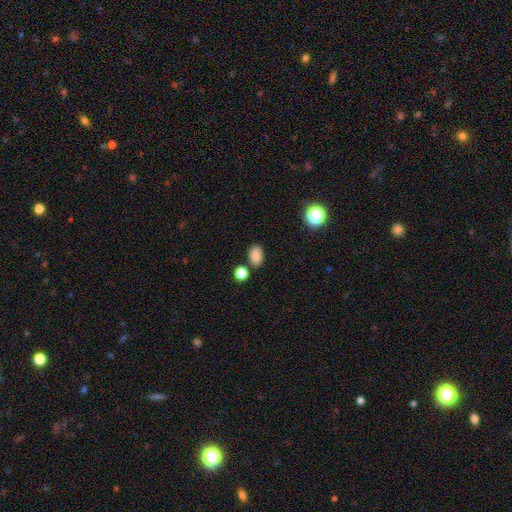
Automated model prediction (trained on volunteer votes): smooth-or-featured: smooth: 84% | star or artifact: 11% | featured or disk: 5%
  how-rounded: in between: 84% | round: 15% | cigar-shaped: 1%
  merging: none: 75% | minor disturbance: 14% | merger: 8% | major disturbance: 4%